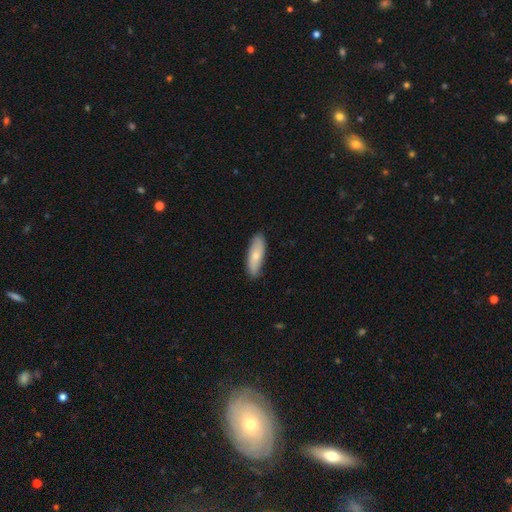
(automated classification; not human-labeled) A smooth galaxy with no disk features (70%) that is in between round and cigar-shaped (58%).

Vote fractions:
- Smooth or featured? smooth: 70% / featured or disk: 25% / star or artifact: 6%
- How rounded? in between: 58% / cigar-shaped: 40% / round: 2%
- Merging? none: 84% / minor disturbance: 13% / major disturbance: 2% / merger: 1%